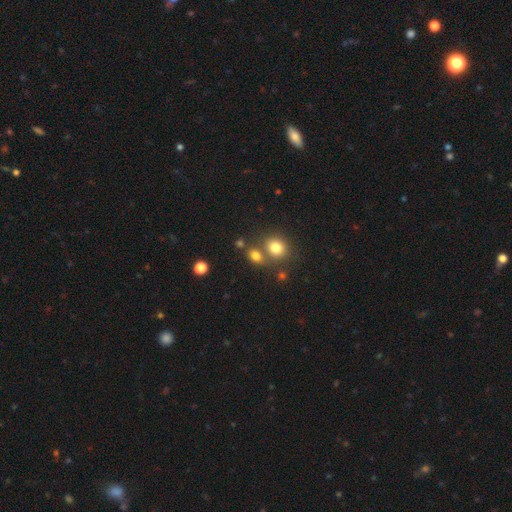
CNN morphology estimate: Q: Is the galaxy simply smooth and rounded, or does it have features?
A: smooth — 77%.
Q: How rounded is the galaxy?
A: round — 50%.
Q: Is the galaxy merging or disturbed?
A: none — 58%.